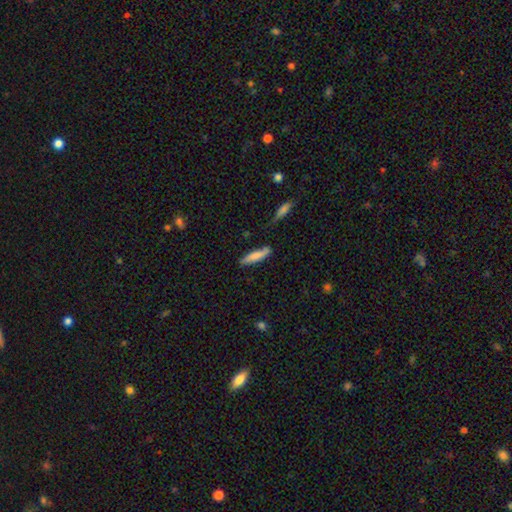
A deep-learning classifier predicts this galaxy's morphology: Smooth or featured? Predicted: smooth (p=0.75). How rounded? Predicted: cigar-shaped (p=0.79). Merging? Predicted: none (p=0.71).